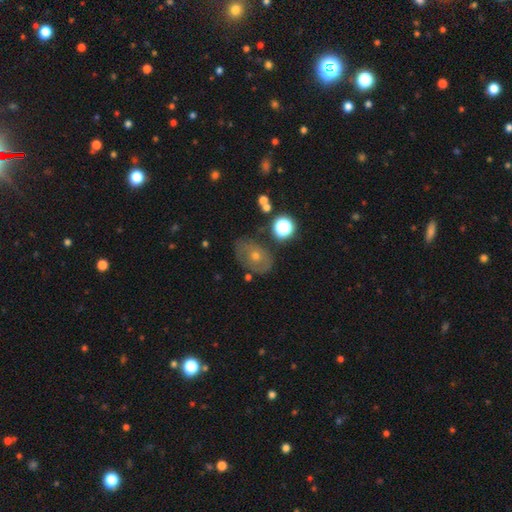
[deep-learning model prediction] A featured or disk galaxy (43%). Merging: none (68%).